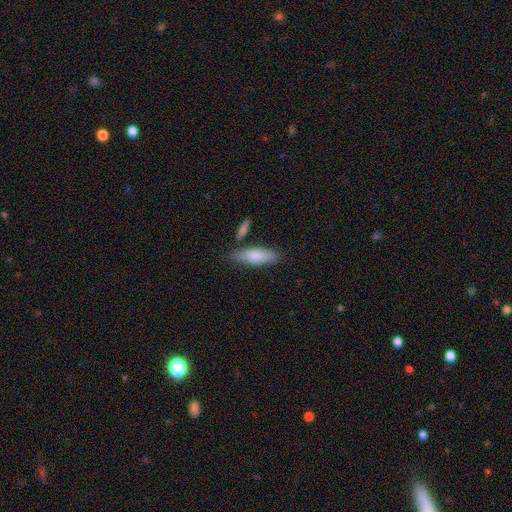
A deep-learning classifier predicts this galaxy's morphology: Smooth or featured? smooth (76%)
How rounded? in between (49%)
Merging? none (73%)